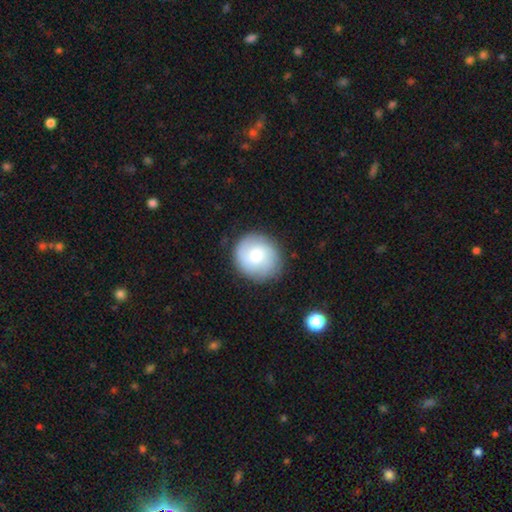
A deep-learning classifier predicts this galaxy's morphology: Smooth or featured? smooth (61%)
How rounded? round (87%)
Merging? none (83%)